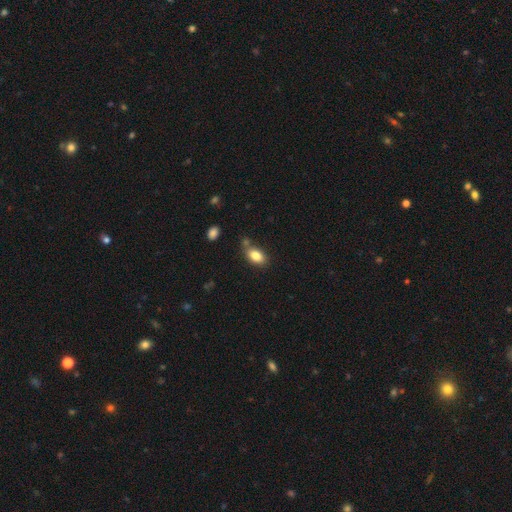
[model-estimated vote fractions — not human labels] A smooth galaxy with no disk features (83%) that is in between round and cigar-shaped (88%). Merging: none (65%).